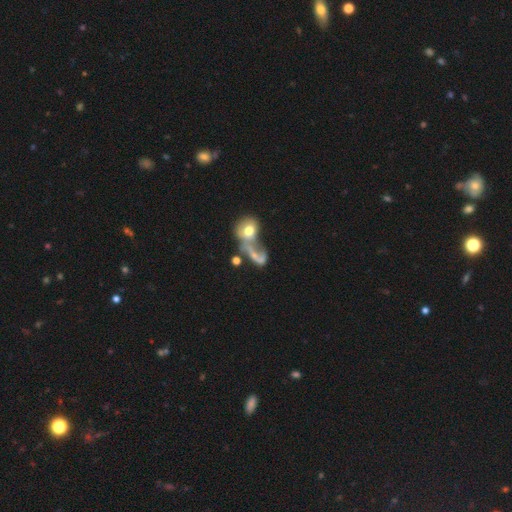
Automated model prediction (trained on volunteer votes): Overall: featured or disk (46%; smooth 42%). Merging: merger (57%; major disturbance 23%).